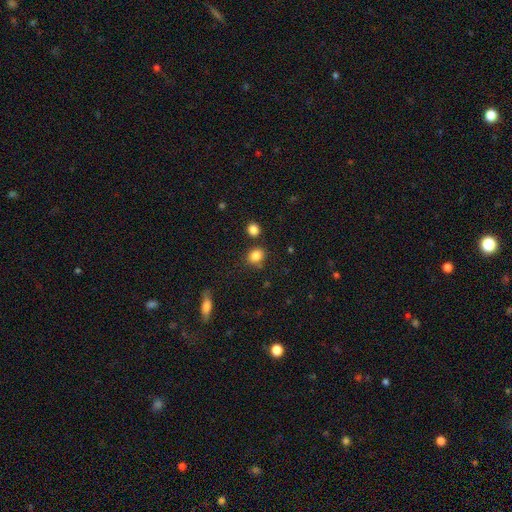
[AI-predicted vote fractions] Morphology: type=smooth (84%); roundness=round (61%); merging=none (76%).